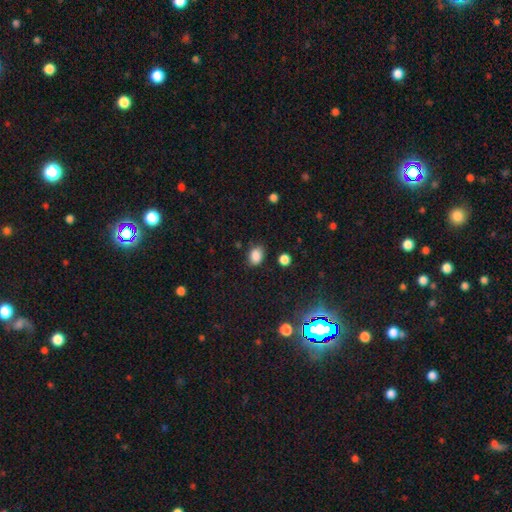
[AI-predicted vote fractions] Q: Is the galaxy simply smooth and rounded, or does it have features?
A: smooth — 85%.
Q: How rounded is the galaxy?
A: in between — 68%.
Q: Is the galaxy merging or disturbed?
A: none — 75%.